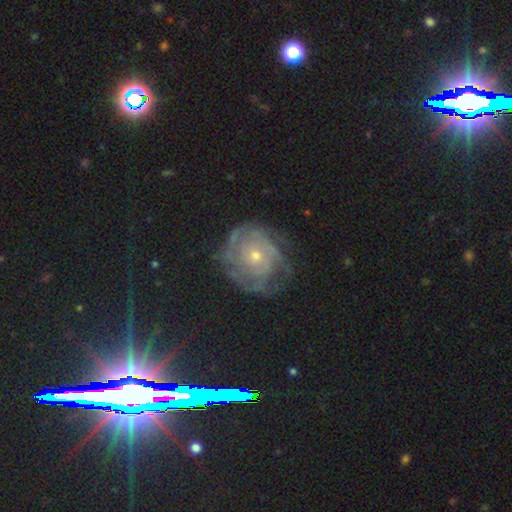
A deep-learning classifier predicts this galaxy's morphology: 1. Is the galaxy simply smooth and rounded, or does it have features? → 74% featured or disk, 18% smooth, 9% star or artifact.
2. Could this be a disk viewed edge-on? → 97% no, 3% yes.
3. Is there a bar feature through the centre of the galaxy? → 86% no, 12% weak, 2% strong.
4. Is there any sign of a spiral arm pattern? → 76% yes, 24% no.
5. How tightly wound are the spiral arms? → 68% tight, 23% medium, 9% loose.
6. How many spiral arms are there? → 55% can't tell, 14% 2, 11% 3, 8% 4, 6% more than 4, 6% 1.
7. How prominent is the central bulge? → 57% small, 39% moderate, 2% large, 1% none, 1% dominant.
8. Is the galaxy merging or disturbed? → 60% none, 23% minor disturbance, 16% major disturbance, 2% merger.